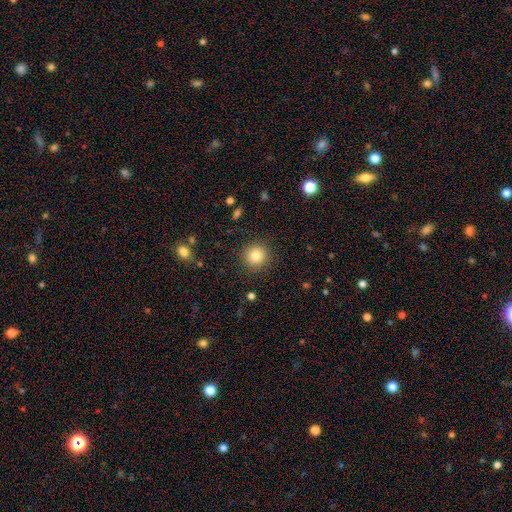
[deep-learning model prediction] This appears to be a smooth galaxy with no disk features (83%) that is round (94%). Merging: none (90%).